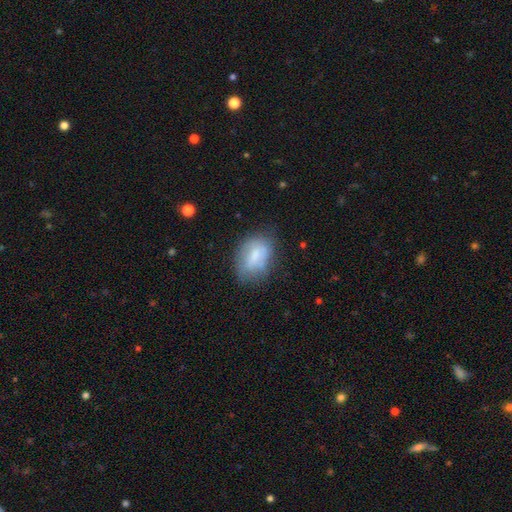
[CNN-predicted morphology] smooth_or_featured: smooth (p=0.67) [alt: featured or disk p=0.25]
how_rounded: in between (p=0.82) [alt: round p=0.16]
merging: none (p=0.55) [alt: minor disturbance p=0.29]